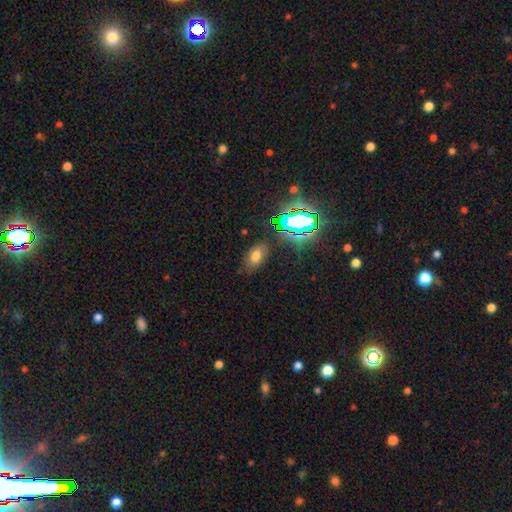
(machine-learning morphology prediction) Overall: smooth (64%; star or artifact 25%). How rounded: in between (89%). Merging: none (79%).